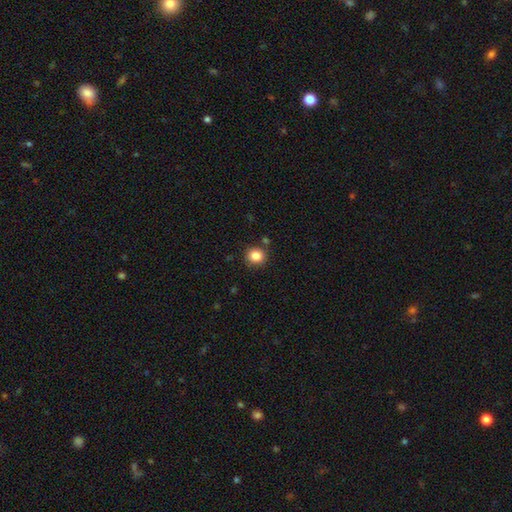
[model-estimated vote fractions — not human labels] Overall: smooth (85%). How rounded: round (86%). Merging: none (85%).